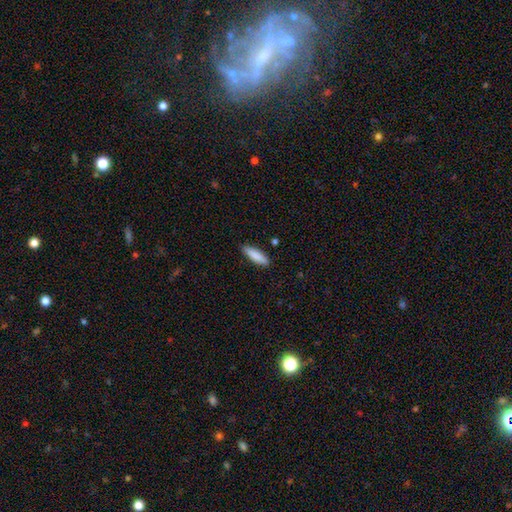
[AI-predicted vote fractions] The model was most divided on "how rounded": cigar-shaped: 62%, in between: 37%, round: 1%. More confident: merging — none (87%); smooth or featured — smooth (87%).